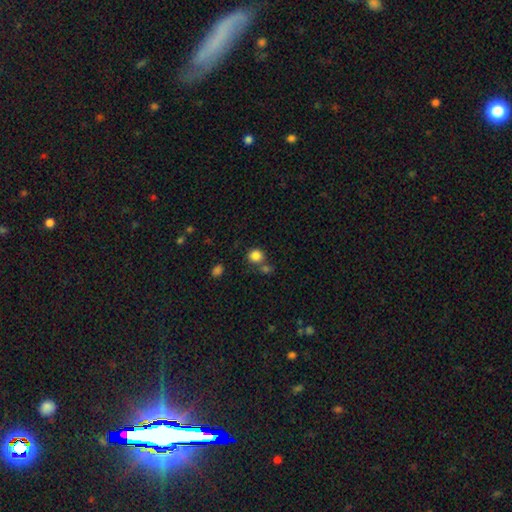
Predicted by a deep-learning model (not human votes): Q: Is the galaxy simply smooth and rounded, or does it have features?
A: smooth — 84%.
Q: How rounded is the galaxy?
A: round — 85%.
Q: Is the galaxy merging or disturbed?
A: none — 63%.